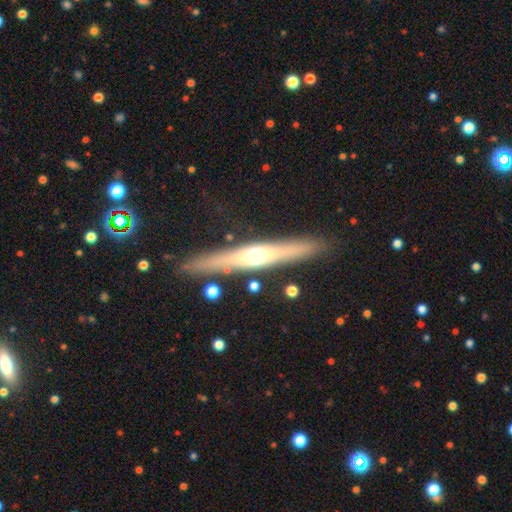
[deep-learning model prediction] This is possibly a featured or disk galaxy (59%). It is clearly viewed edge-on (92%). Edge-on bulge: clearly rounded (90%). Merging: clearly none (85%).